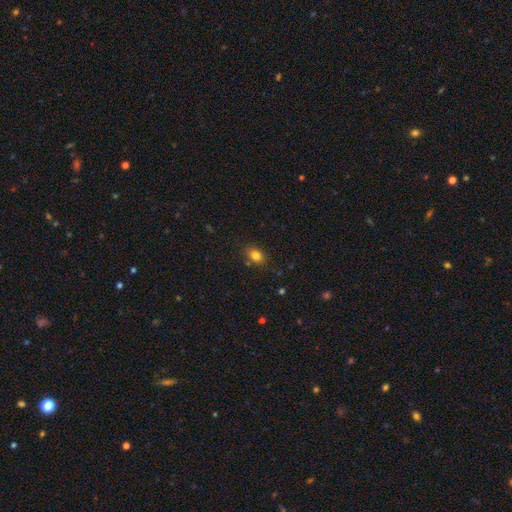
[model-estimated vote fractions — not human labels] Smooth or featured?
  - smooth: 82% *
  - star or artifact: 12%
  - featured or disk: 6%
How rounded?
  - in between: 64% *
  - round: 34%
  - cigar-shaped: 1%
Merging?
  - none: 81% *
  - minor disturbance: 13%
  - major disturbance: 3%
  - merger: 3%